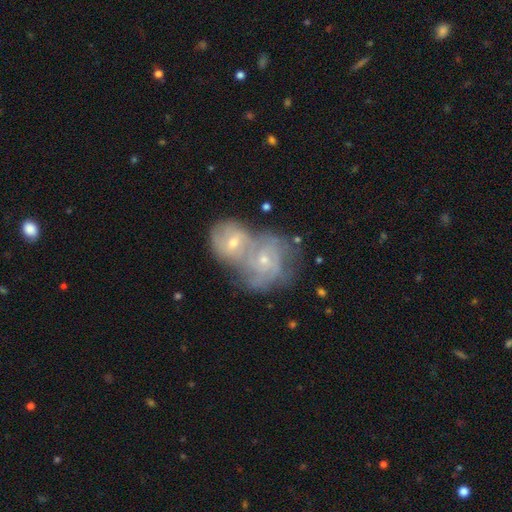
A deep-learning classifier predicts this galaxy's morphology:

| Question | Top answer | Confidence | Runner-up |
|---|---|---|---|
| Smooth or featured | featured or disk | 67% | smooth (19%) |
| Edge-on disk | no | 96% | yes (4%) |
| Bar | no | 65% | weak (27%) |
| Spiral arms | yes | 83% | no (17%) |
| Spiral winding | tight | 68% | medium (25%) |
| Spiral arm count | can't tell | 47% | 2 (19%) |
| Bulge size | small | 65% | moderate (30%) |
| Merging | merger | 69% | none (22%) |